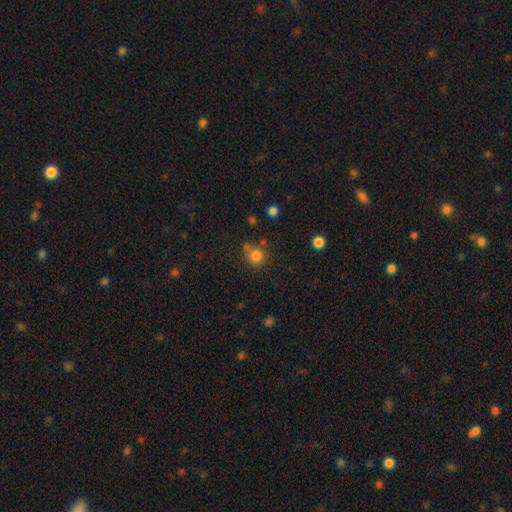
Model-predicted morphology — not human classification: smooth 79%, star or artifact 14%, featured or disk 7%. Down the decision tree: how rounded — round (90%); merging — none (69%).